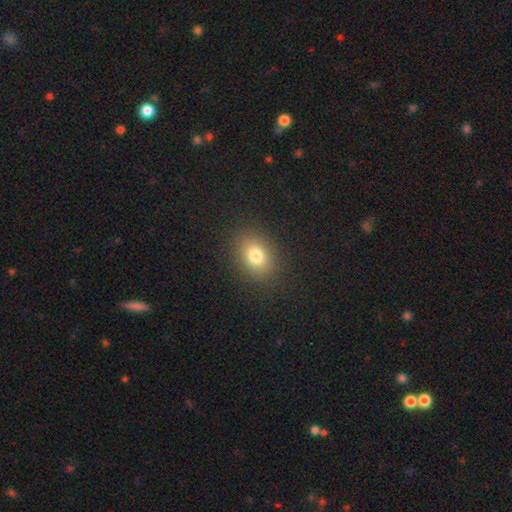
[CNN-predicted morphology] Smooth or featured?
  - smooth: 79% *
  - star or artifact: 13%
  - featured or disk: 9%
How rounded?
  - in between: 60% *
  - round: 38%
  - cigar-shaped: 1%
Merging?
  - none: 88% *
  - minor disturbance: 8%
  - major disturbance: 3%
  - merger: 1%